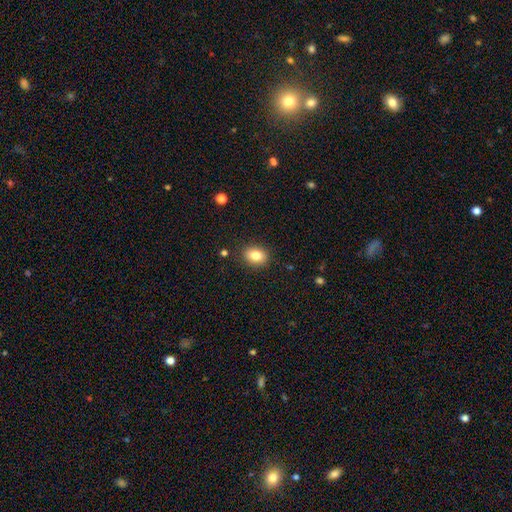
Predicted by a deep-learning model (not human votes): The model was most divided on "how rounded": in between: 63%, round: 36%, cigar-shaped: 1%. More confident: merging — none (88%); smooth or featured — smooth (83%).